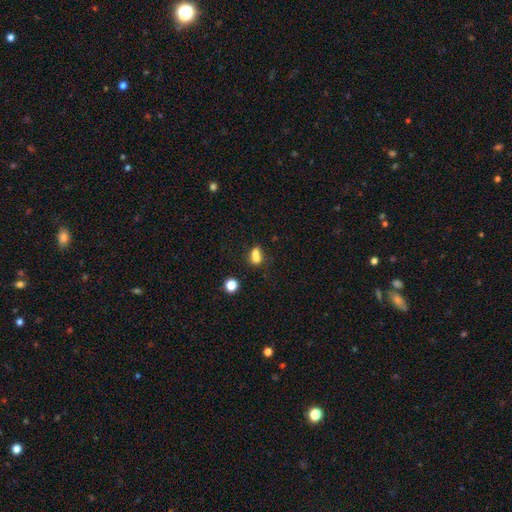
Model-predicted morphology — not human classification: Smooth or featured? smooth (70%)
How rounded? in between (50%)
Merging? merger (58%)